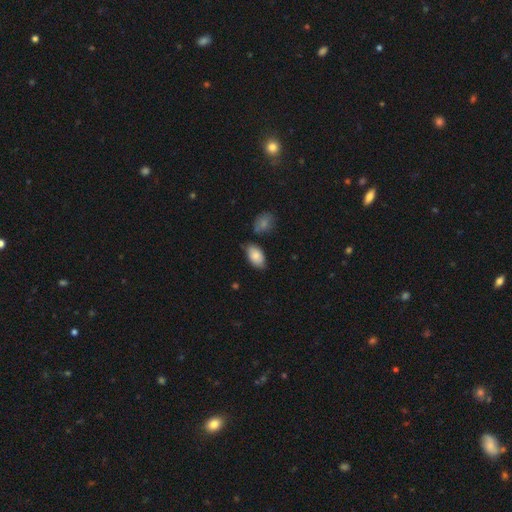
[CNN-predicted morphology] This is clearly a smooth galaxy (82%). How rounded: clearly in between (94%). Merging: likely none (67%).